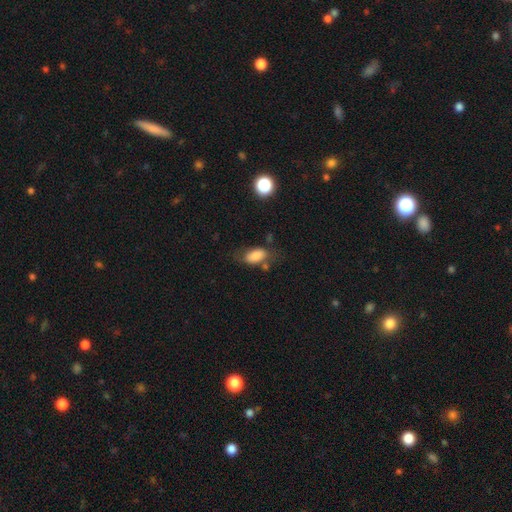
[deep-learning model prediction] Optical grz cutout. It shows a smooth galaxy with no disk features (81%) that is in between round and cigar-shaped (90%). Merging: none (57%).